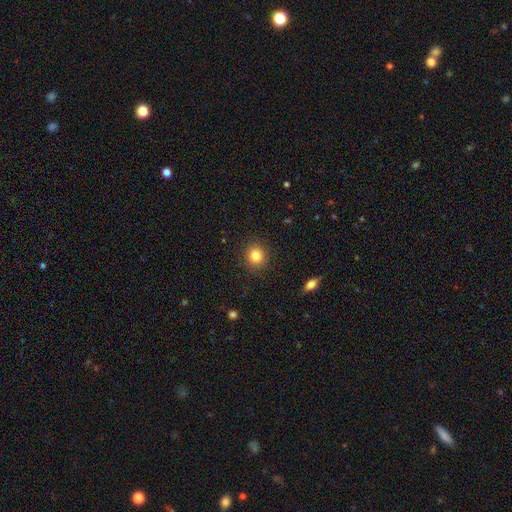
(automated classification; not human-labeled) Smooth or featured: smooth — 83% (star or artifact — 11%)
How rounded: round — 86% (in between — 13%)
Merging: none — 90% (minor disturbance — 7%)